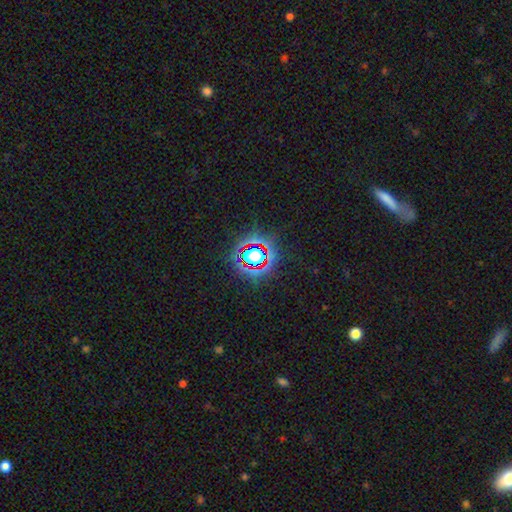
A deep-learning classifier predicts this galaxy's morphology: star or artifact 69%, smooth 20%, featured or disk 11%.